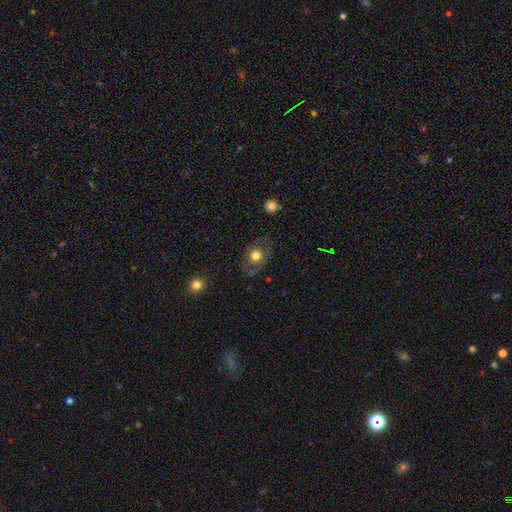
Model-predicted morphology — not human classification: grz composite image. It shows a smooth galaxy with no disk features (64%) that is round (59%). Merging: none (69%).